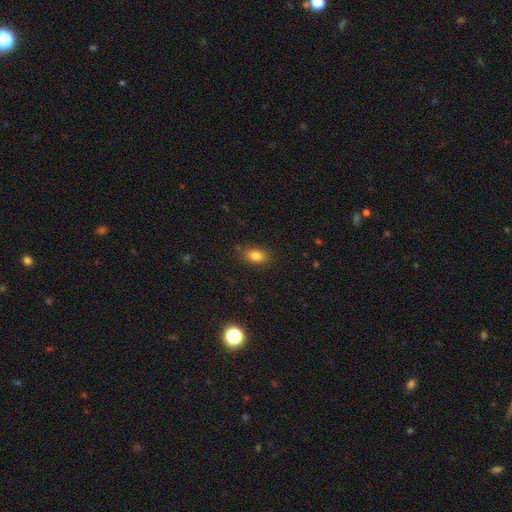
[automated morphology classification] smooth-or-featured: smooth: 82% | star or artifact: 10% | featured or disk: 7%
  how-rounded: in between: 84% | round: 12% | cigar-shaped: 3%
  merging: none: 84% | minor disturbance: 12% | major disturbance: 3% | merger: 2%